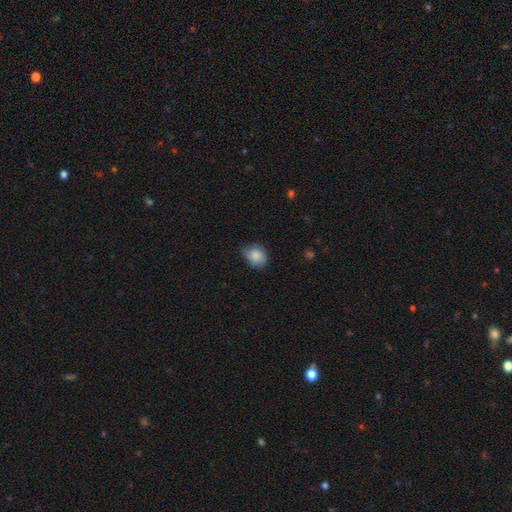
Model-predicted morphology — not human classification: smooth_or_featured: smooth (p=0.82) [alt: featured or disk p=0.11]
how_rounded: round (p=0.57) [alt: in between p=0.42]
merging: none (p=0.56) [alt: minor disturbance p=0.34]